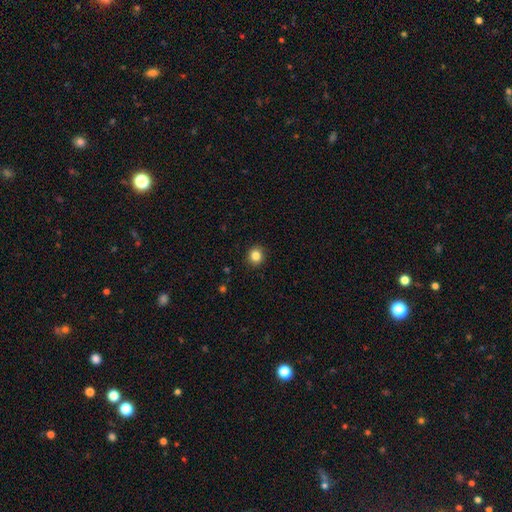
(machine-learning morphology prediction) smooth 84%, star or artifact 11%, featured or disk 5%. Down the decision tree: how rounded — round (85%); merging — none (91%).